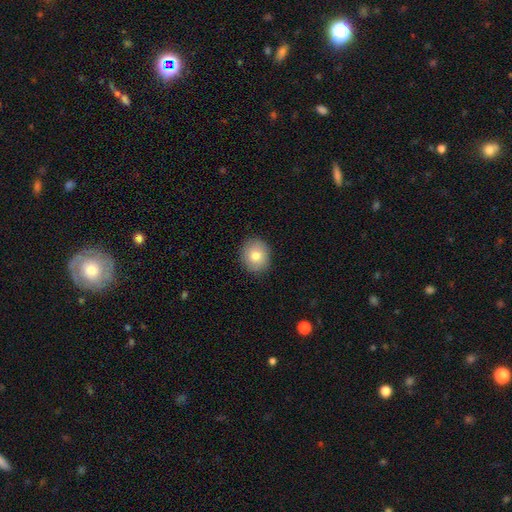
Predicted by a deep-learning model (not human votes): Smooth or featured?
  - smooth: 79% *
  - featured or disk: 12%
  - star or artifact: 9%
How rounded?
  - round: 75% *
  - in between: 24%
  - cigar-shaped: 1%
Merging?
  - none: 89% *
  - minor disturbance: 8%
  - major disturbance: 2%
  - merger: 1%